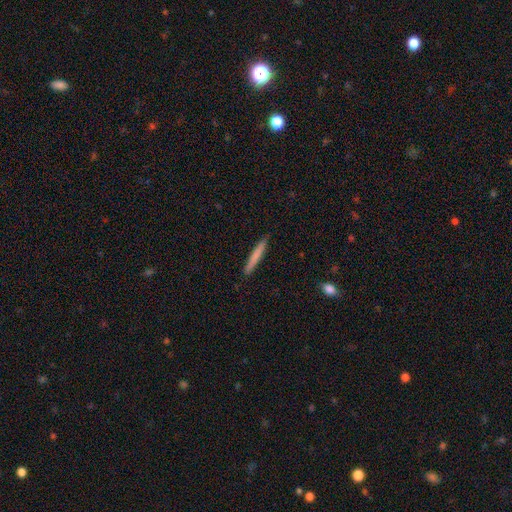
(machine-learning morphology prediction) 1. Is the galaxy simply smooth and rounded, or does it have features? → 72% smooth, 23% featured or disk, 6% star or artifact.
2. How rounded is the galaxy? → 96% cigar-shaped, 3% in between, 1% round.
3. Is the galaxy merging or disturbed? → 90% none, 8% minor disturbance, 1% major disturbance, 1% merger.